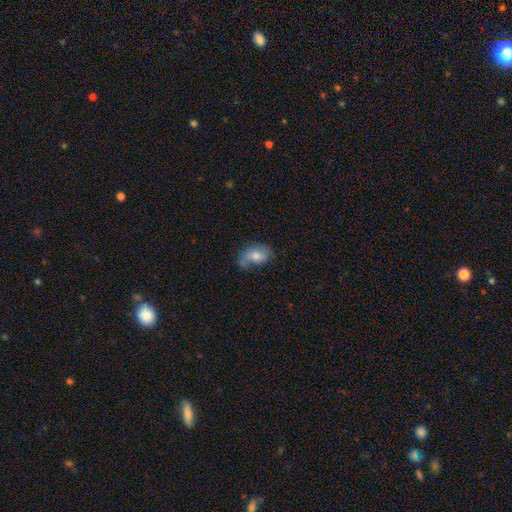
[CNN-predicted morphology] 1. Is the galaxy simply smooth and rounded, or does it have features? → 66% smooth, 26% featured or disk, 8% star or artifact.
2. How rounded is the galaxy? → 90% in between, 9% round, 2% cigar-shaped.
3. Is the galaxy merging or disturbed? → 48% none, 31% minor disturbance, 14% major disturbance, 6% merger.